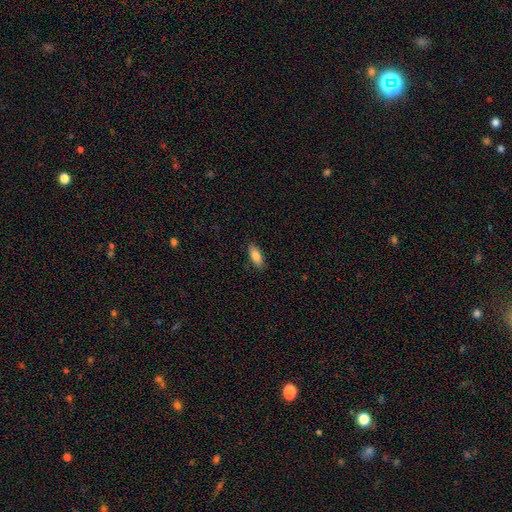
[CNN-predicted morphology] The model was most divided on "how rounded": in between: 77%, cigar-shaped: 22%, round: 2%. More confident: merging — none (87%); smooth or featured — smooth (87%).